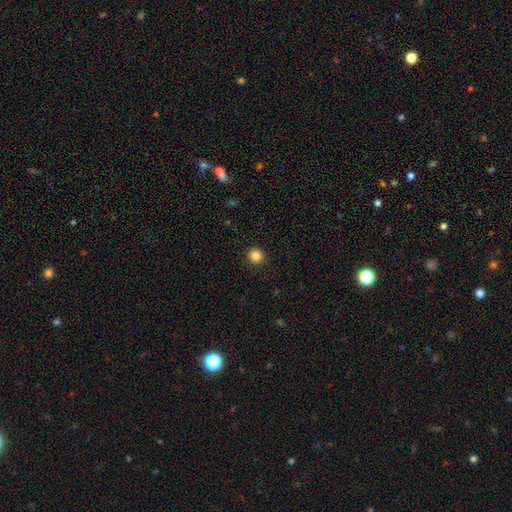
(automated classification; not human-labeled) The model was most divided on "smooth or featured": smooth: 85%, star or artifact: 12%, featured or disk: 3%. More confident: how rounded — round (96%); merging — none (93%).